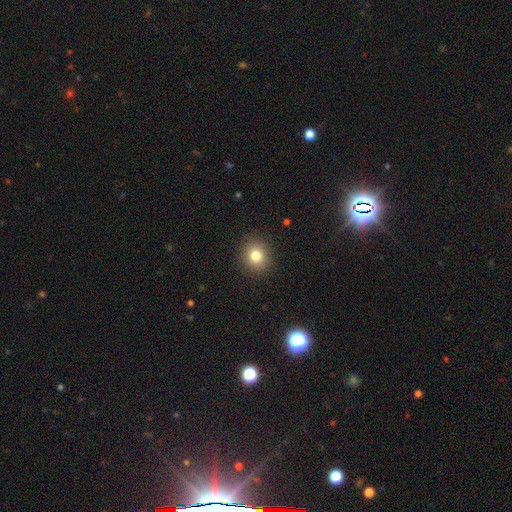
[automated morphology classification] A smooth galaxy with no disk features (80%) that is round (83%). Merging: none (91%).